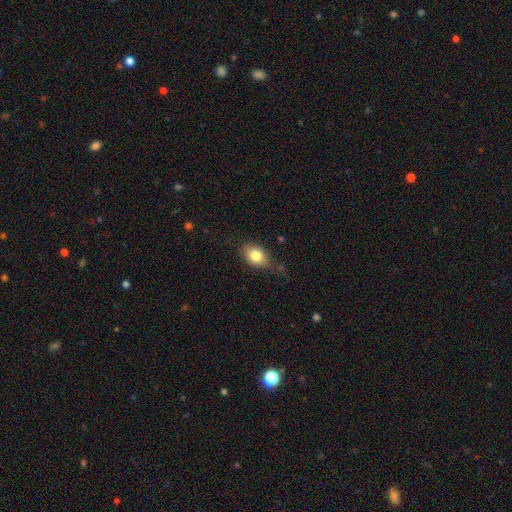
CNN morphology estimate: A smooth galaxy with no disk features (82%) that is in between round and cigar-shaped (74%). Merging: none (68%).